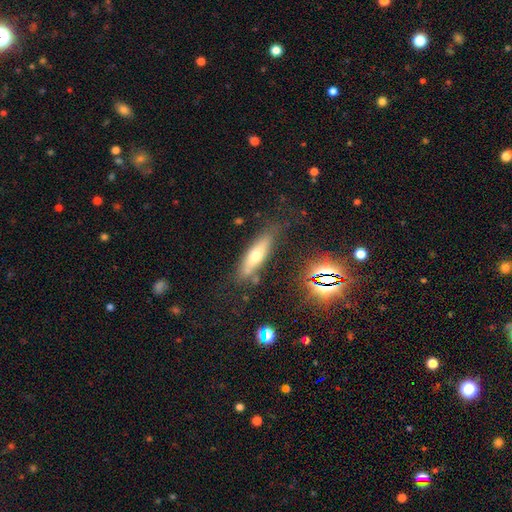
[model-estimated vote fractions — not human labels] A smooth galaxy with no disk features (51%) that is cigar-shaped (62%). Merging: none (74%).